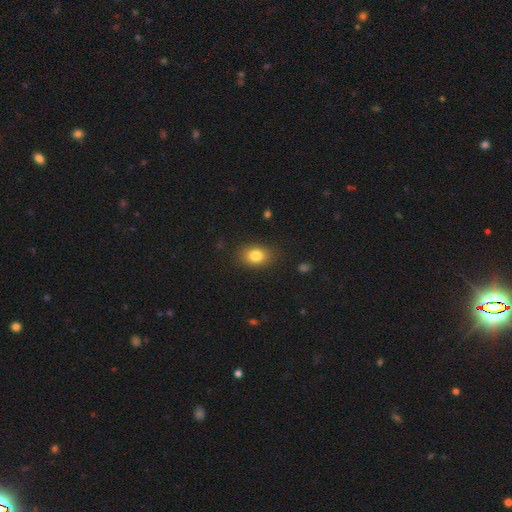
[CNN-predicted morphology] Overall: smooth (82%). How rounded: in between (71%). Merging: none (85%).